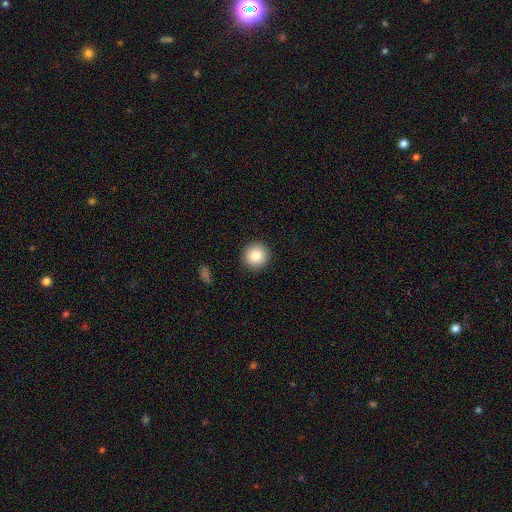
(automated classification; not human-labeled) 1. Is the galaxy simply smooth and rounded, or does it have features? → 84% smooth, 9% star or artifact, 7% featured or disk.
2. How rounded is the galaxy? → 93% round, 6% in between, 1% cigar-shaped.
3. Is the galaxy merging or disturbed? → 92% none, 6% minor disturbance, 2% major disturbance, 1% merger.